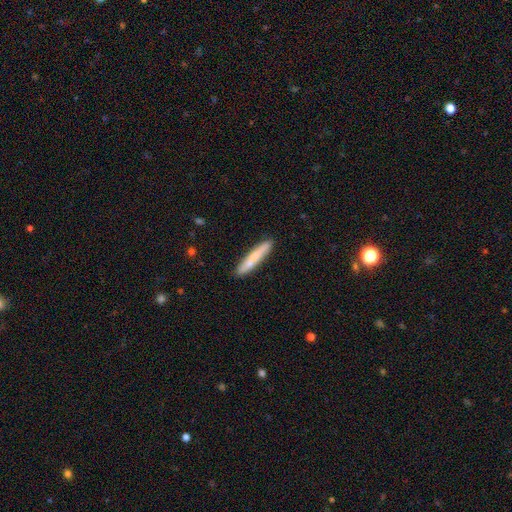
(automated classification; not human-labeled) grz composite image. It shows a smooth galaxy with no disk features (68%) that is cigar-shaped (92%). Merging: none (84%).